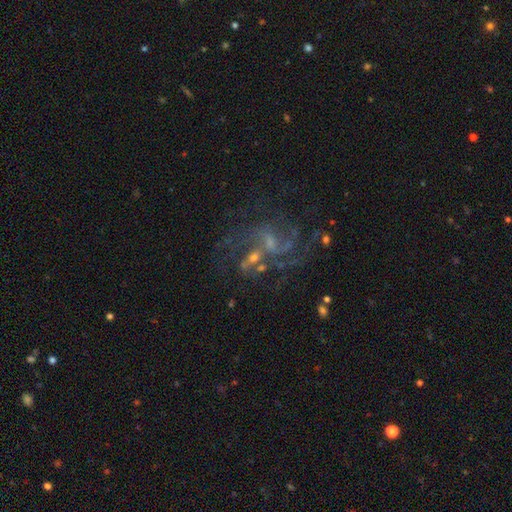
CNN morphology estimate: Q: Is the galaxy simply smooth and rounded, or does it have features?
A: featured or disk — 77%.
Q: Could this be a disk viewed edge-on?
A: no — 97%.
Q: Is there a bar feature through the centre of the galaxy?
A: no — 46%.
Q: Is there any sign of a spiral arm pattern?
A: yes — 86%.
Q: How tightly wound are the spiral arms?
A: medium — 46%.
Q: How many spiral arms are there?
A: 2 — 28%.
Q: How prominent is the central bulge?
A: small — 53%.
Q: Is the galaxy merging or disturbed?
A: none — 44%.